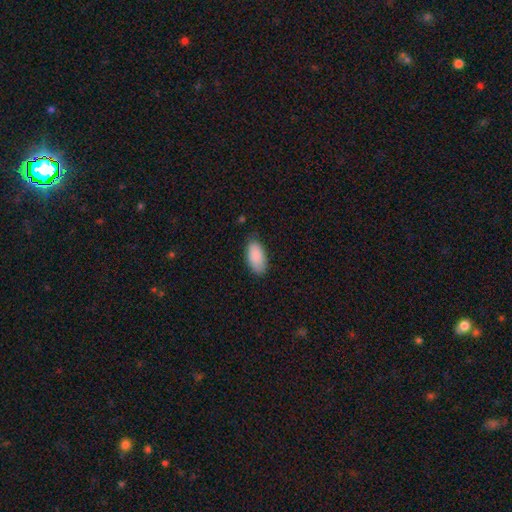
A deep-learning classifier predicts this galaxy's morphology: Smooth or featured?
  - smooth: 90% *
  - star or artifact: 6%
  - featured or disk: 4%
How rounded?
  - in between: 94% *
  - cigar-shaped: 4%
  - round: 2%
Merging?
  - none: 80% *
  - minor disturbance: 16%
  - major disturbance: 3%
  - merger: 1%